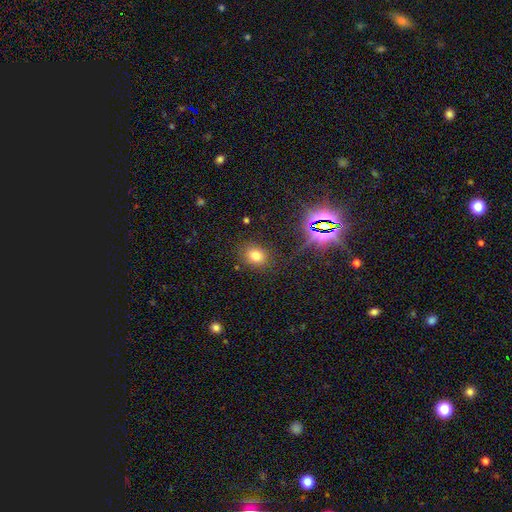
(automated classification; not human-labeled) Overall: smooth (71%). How rounded: round (61%; in between 38%). Merging: none (84%).